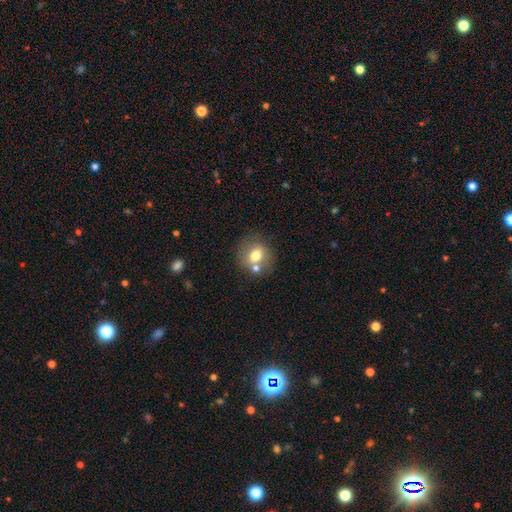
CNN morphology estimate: Smooth or featured?
  - smooth: 70% *
  - featured or disk: 20%
  - star or artifact: 10%
How rounded?
  - round: 74% *
  - in between: 25%
  - cigar-shaped: 1%
Merging?
  - none: 62% *
  - merger: 21%
  - minor disturbance: 13%
  - major disturbance: 4%